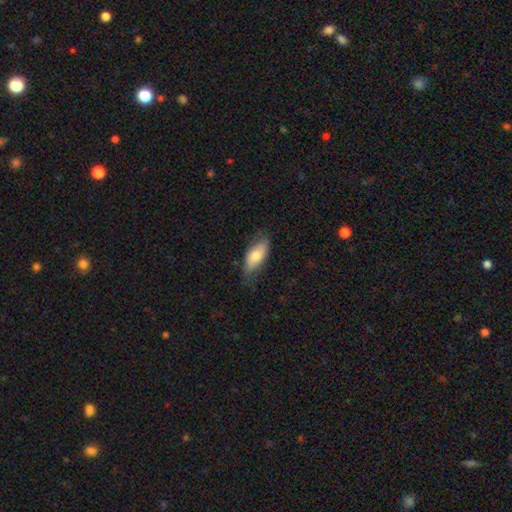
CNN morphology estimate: type=smooth (71%); roundness=in between (84%); merging=none (67%).